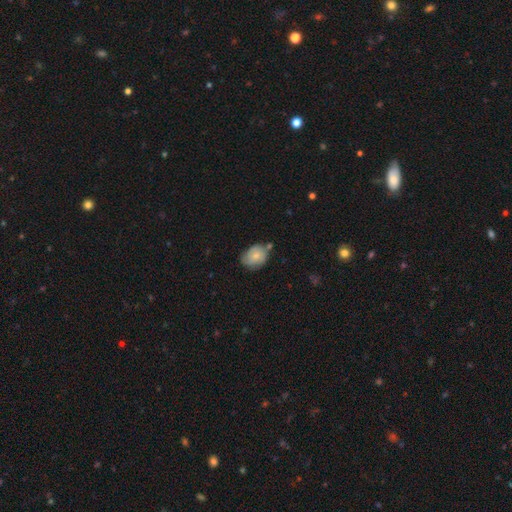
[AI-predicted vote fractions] Smooth or featured: smooth — 61% (featured or disk — 32%)
How rounded: in between — 60% (round — 39%)
Merging: none — 53% (minor disturbance — 30%)